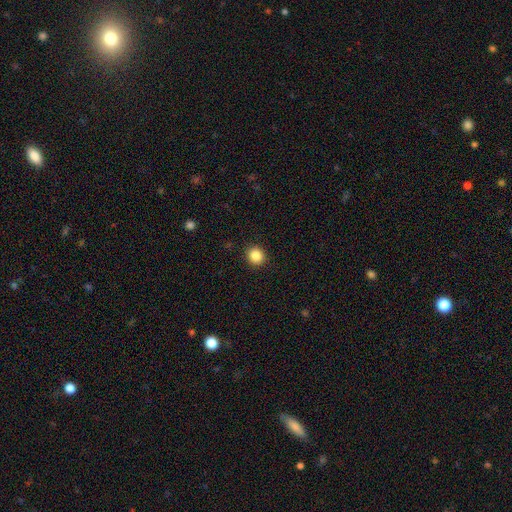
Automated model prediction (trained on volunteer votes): Smooth or featured? Predicted: smooth (p=0.86). How rounded? Predicted: round (p=0.87). Merging? Predicted: none (p=0.91).